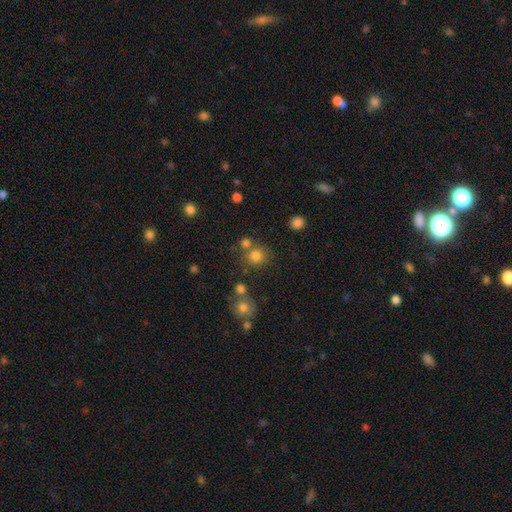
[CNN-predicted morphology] smooth 78%, star or artifact 15%, featured or disk 7%. Down the decision tree: how rounded — round (90%); merging — none (70%).